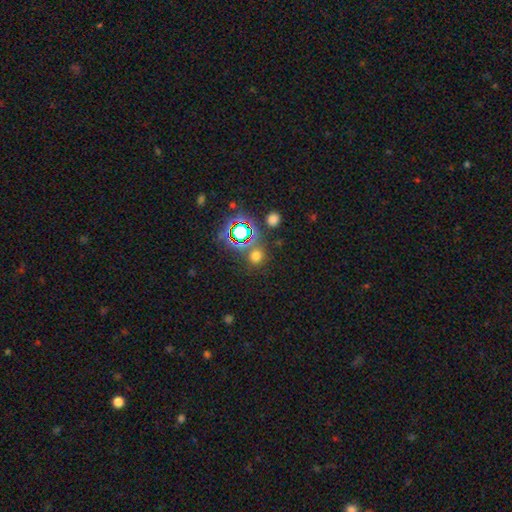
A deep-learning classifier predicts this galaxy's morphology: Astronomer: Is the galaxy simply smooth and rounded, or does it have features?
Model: smooth — 59% (runner-up: star or artifact, 34%).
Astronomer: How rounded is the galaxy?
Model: round — 84%.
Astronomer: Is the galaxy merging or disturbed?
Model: none — 77%.